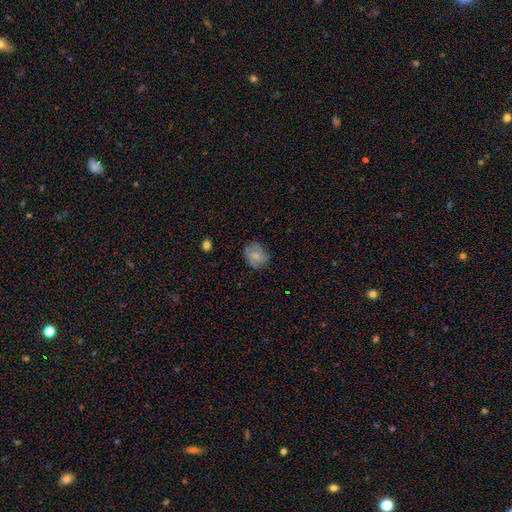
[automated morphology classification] Overall: smooth (65%; featured or disk 26%). How rounded: round (57%; in between 42%). Merging: none (73%).